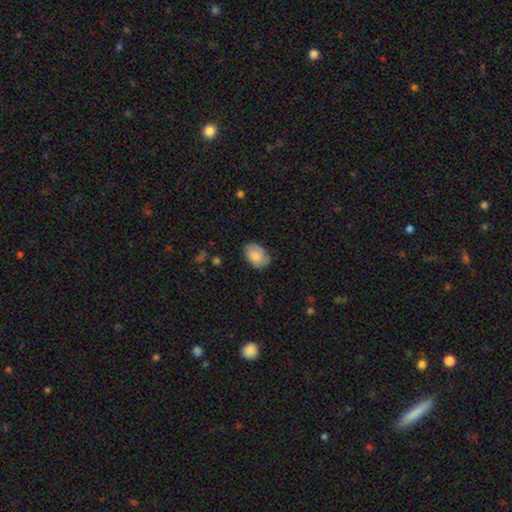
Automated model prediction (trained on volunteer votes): The model was most divided on "merging": none: 71%, minor disturbance: 23%, major disturbance: 5%, merger: 1%. More confident: how rounded — in between (83%); smooth or featured — smooth (79%).